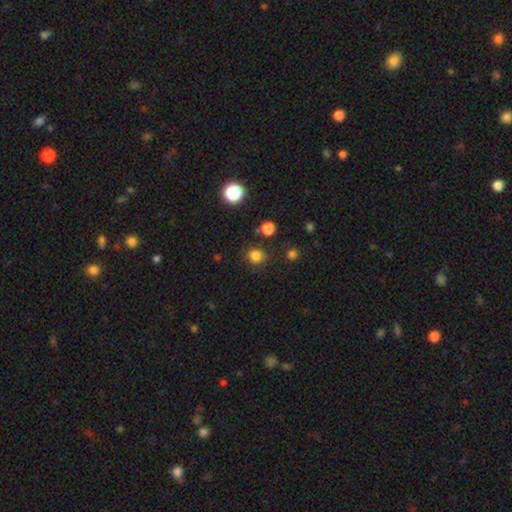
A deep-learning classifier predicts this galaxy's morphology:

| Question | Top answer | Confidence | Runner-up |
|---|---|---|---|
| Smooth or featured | smooth | 80% | star or artifact (15%) |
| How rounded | round | 81% | in between (18%) |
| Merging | none | 83% | minor disturbance (10%) |